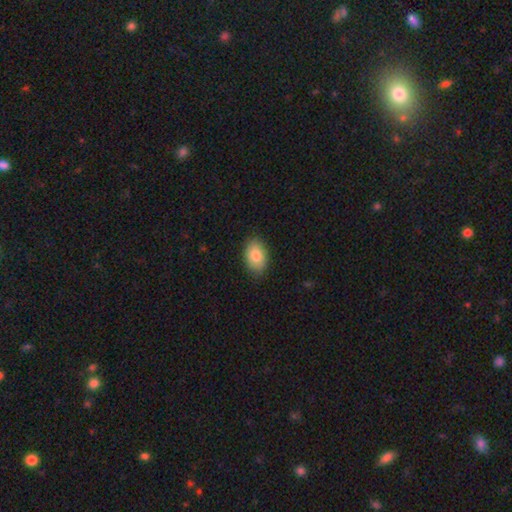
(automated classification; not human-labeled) Q: Smooth or featured?
A: smooth (83%); runner-up: featured or disk (10%)
Q: How rounded?
A: in between (88%); runner-up: round (11%)
Q: Merging?
A: none (87%); runner-up: minor disturbance (10%)